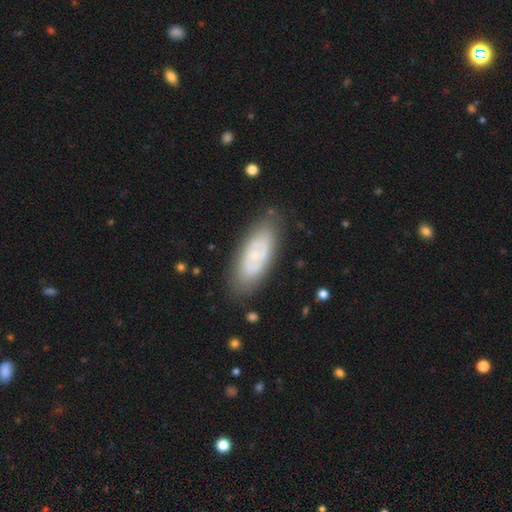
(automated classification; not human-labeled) Smooth or featured?
  - featured or disk: 58% *
  - smooth: 35%
  - star or artifact: 7%
Edge-on disk?
  - no: 88% *
  - yes: 12%
Bar?
  - no: 67% *
  - weak: 26%
  - strong: 7%
Spiral arms?
  - yes: 61% *
  - no: 39%
Bulge size?
  - small: 66% *
  - moderate: 20%
  - none: 11%
  - large: 2%
  - dominant: 1%
Merging?
  - none: 78% *
  - minor disturbance: 15%
  - major disturbance: 5%
  - merger: 2%